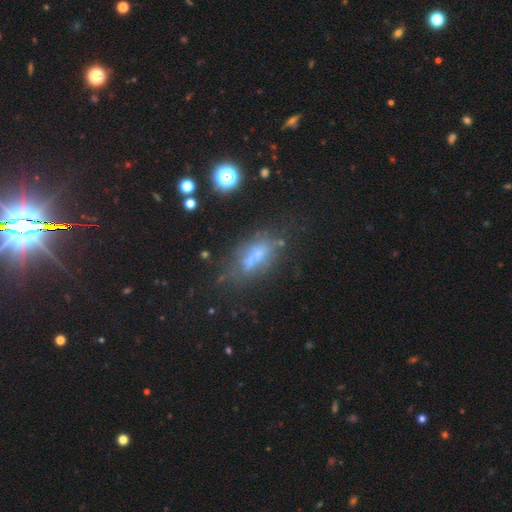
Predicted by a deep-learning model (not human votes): Smooth or featured? smooth (41%)
Merging? none (44%)